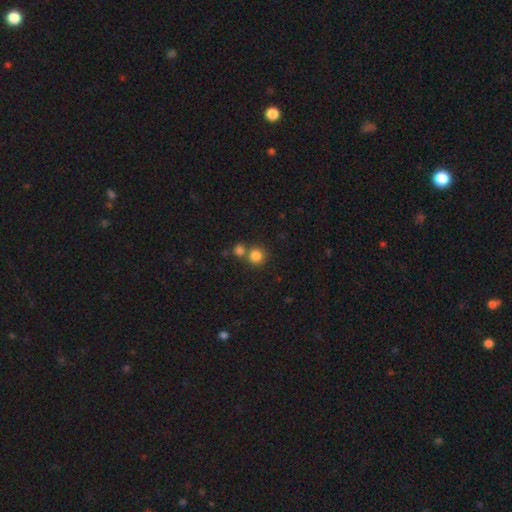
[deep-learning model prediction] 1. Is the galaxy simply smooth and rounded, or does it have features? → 83% smooth, 12% star or artifact, 5% featured or disk.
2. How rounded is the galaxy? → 91% round, 8% in between, 1% cigar-shaped.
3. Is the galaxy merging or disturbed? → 62% none, 29% merger, 7% minor disturbance, 3% major disturbance.